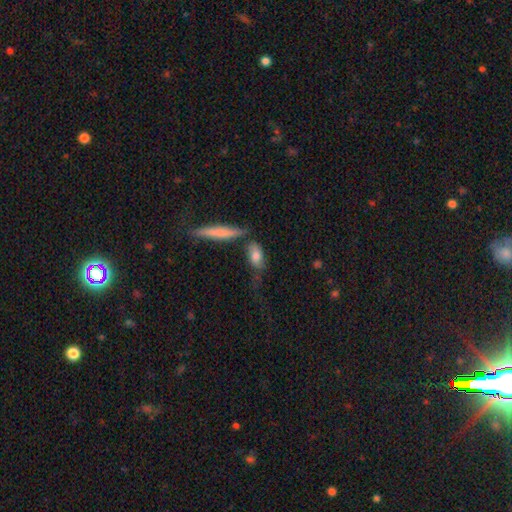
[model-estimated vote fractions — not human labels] This appears to be a smooth galaxy with no disk features (73%) that is in between round and cigar-shaped (74%). Merging: none (50%).